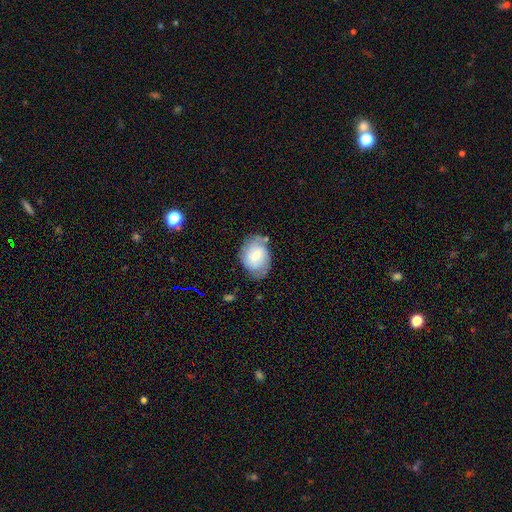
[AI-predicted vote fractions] This appears to be a featured or disk galaxy (49%). Merging: none (63%).